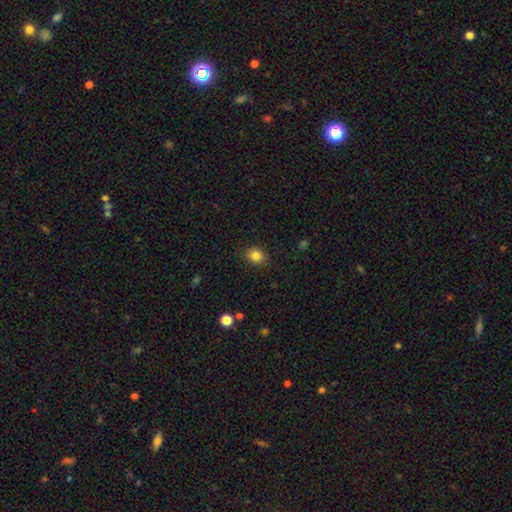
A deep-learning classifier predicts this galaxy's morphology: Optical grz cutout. It shows a smooth galaxy with no disk features (84%) that is round (62%). Merging: none (88%).